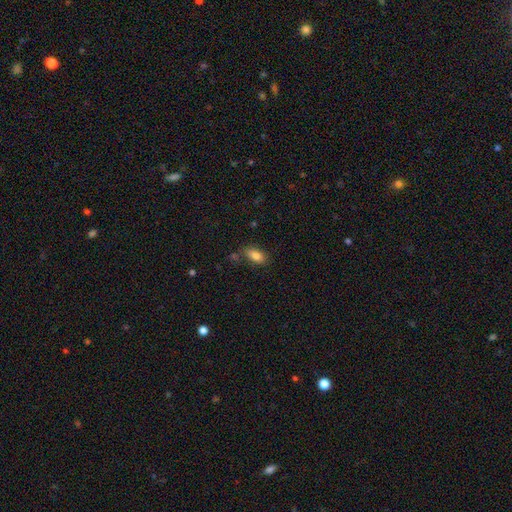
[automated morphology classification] This appears to be a smooth galaxy with no disk features (83%) that is in between round and cigar-shaped (88%). Merging: none (74%).